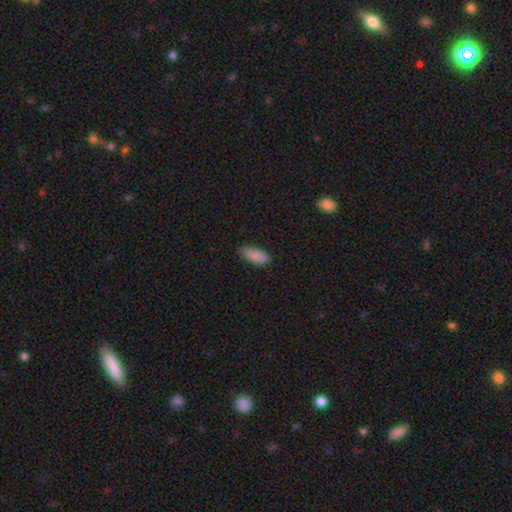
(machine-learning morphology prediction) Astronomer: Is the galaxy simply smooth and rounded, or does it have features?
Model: smooth — 86%.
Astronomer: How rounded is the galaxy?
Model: in between — 88%.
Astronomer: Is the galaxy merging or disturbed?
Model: none — 72%.